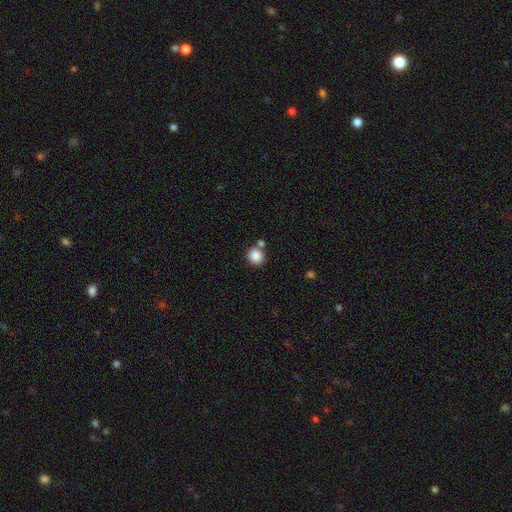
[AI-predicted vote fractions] Morphology: type=smooth (87%); roundness=round (86%); merging=none (72%).